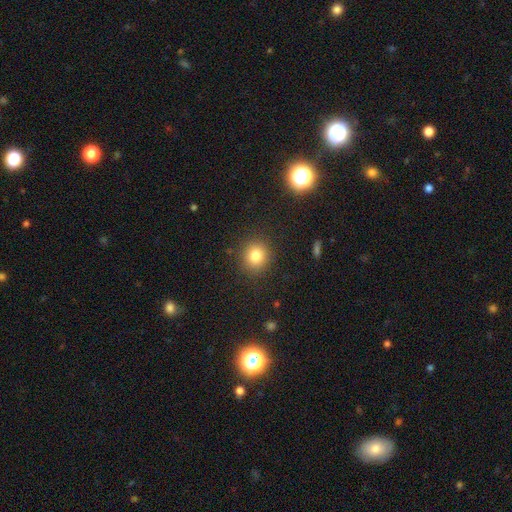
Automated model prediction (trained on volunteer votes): Smooth or featured? smooth (81%)
How rounded? round (86%)
Merging? none (89%)